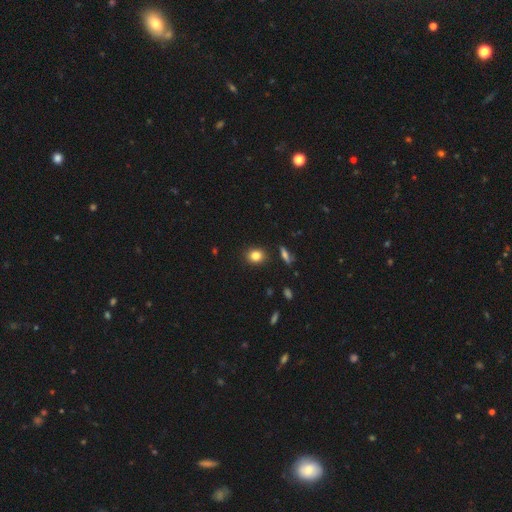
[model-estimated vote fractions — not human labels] Smooth or featured?
  - smooth: 83% *
  - star or artifact: 11%
  - featured or disk: 6%
How rounded?
  - round: 69% *
  - in between: 29%
  - cigar-shaped: 2%
Merging?
  - none: 88% *
  - minor disturbance: 8%
  - merger: 2%
  - major disturbance: 2%